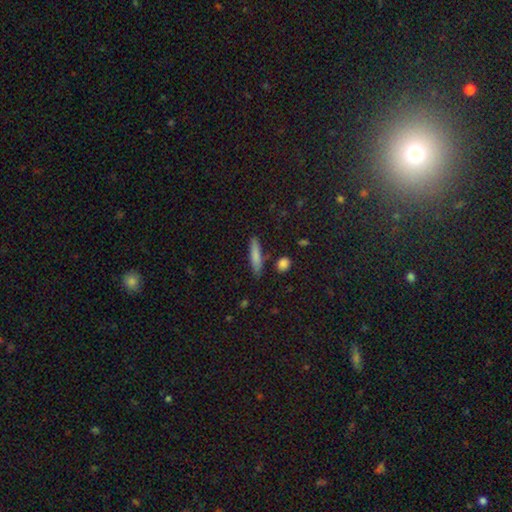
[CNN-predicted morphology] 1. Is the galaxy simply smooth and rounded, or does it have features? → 79% smooth, 14% featured or disk, 7% star or artifact.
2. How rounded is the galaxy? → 80% cigar-shaped, 18% in between, 2% round.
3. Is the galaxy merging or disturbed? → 80% none, 13% minor disturbance, 5% merger, 3% major disturbance.